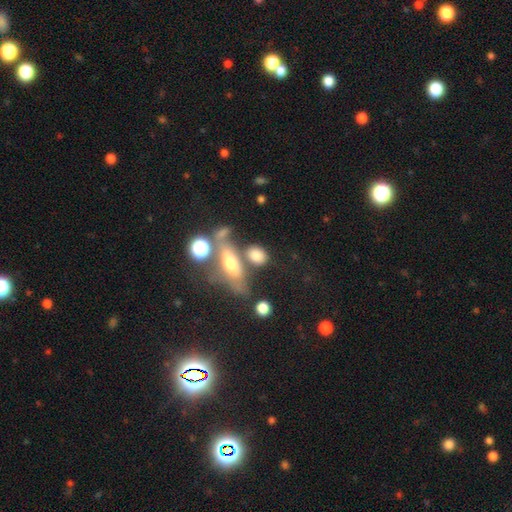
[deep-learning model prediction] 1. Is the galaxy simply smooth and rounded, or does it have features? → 58% smooth, 28% featured or disk, 14% star or artifact.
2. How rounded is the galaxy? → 62% in between, 22% cigar-shaped, 15% round.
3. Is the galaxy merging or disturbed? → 47% none, 26% merger, 17% minor disturbance, 11% major disturbance.